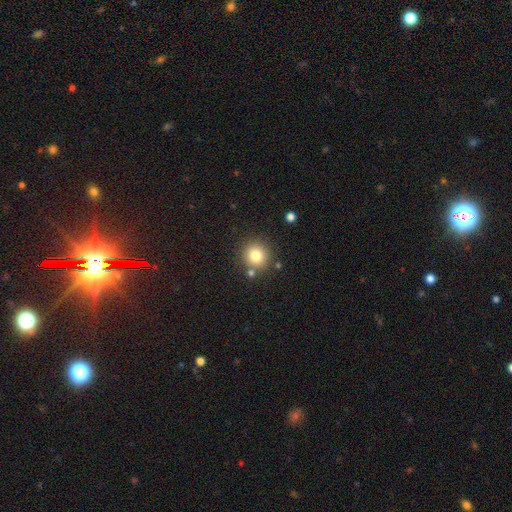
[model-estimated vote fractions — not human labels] Smooth or featured?
  - smooth: 79% *
  - star or artifact: 12%
  - featured or disk: 9%
How rounded?
  - round: 92% *
  - in between: 8%
  - cigar-shaped: 1%
Merging?
  - none: 80% *
  - minor disturbance: 9%
  - merger: 8%
  - major disturbance: 3%